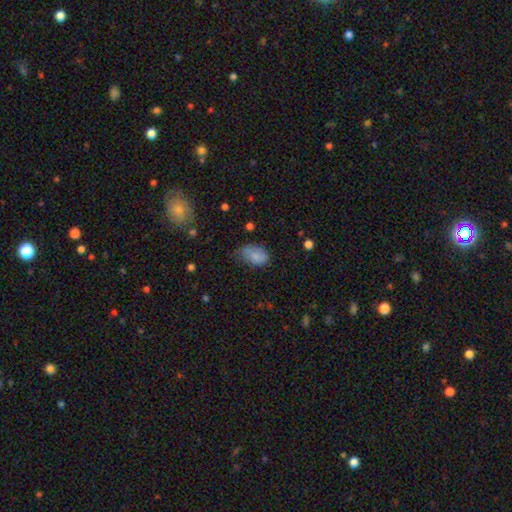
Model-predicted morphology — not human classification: This appears to be a smooth galaxy with no disk features (83%) that is in between round and cigar-shaped (89%). Merging: none (43%).